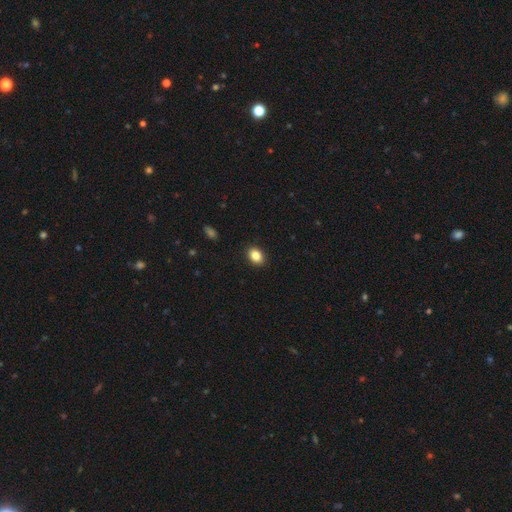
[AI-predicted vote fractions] smooth 85%, star or artifact 9%, featured or disk 6%. Down the decision tree: how rounded — in between (65%); merging — none (90%).